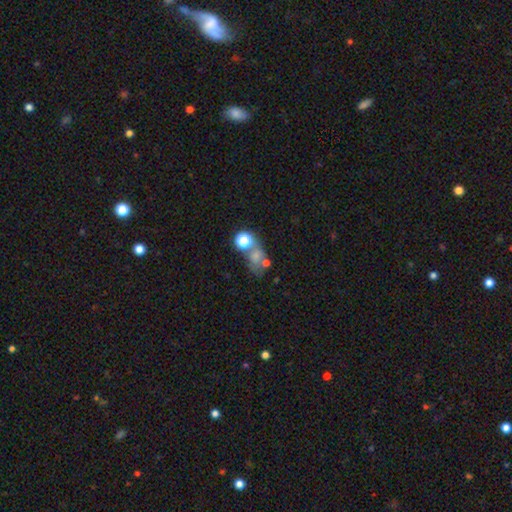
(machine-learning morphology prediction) smooth 56%, star or artifact 23%, featured or disk 21%. Down the decision tree: how rounded — in between (54%); merging — merger (40%).